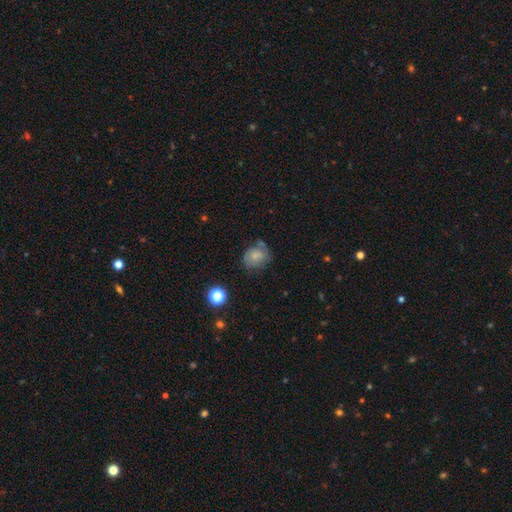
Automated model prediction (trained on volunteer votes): Smooth or featured?
  - smooth: 65% *
  - featured or disk: 24%
  - star or artifact: 11%
How rounded?
  - round: 59% *
  - in between: 40%
  - cigar-shaped: 1%
Merging?
  - none: 49% *
  - minor disturbance: 27%
  - major disturbance: 13%
  - merger: 11%